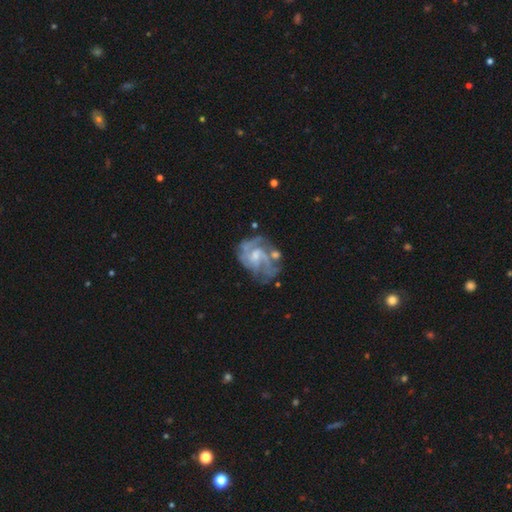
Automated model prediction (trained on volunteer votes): Smooth or featured? featured or disk (80%)
Edge-on disk? no (98%)
Bar? no (52%)
Spiral arms? yes (85%)
Spiral winding? medium (45%)
Spiral arm count? can't tell (30%)
Bulge size? small (43%)
Merging? none (42%)